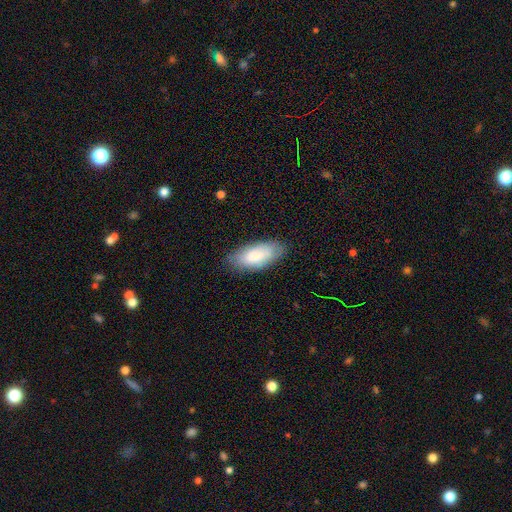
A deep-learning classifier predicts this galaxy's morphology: Overall: smooth (83%). How rounded: in between (87%). Merging: none (79%).